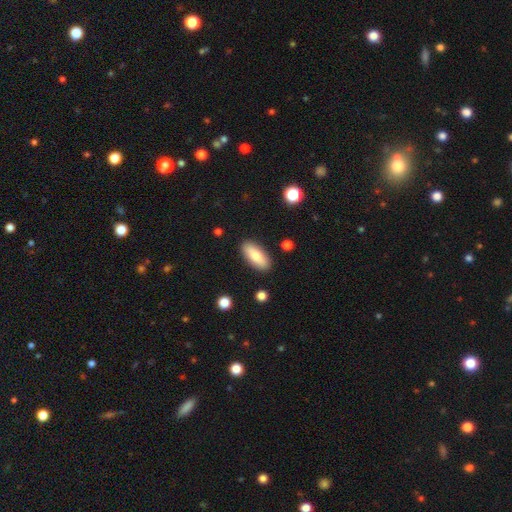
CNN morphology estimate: smooth-or-featured: smooth: 76% | featured or disk: 18% | star or artifact: 6%
  how-rounded: in between: 79% | cigar-shaped: 18% | round: 2%
  merging: none: 88% | minor disturbance: 9% | major disturbance: 2% | merger: 2%